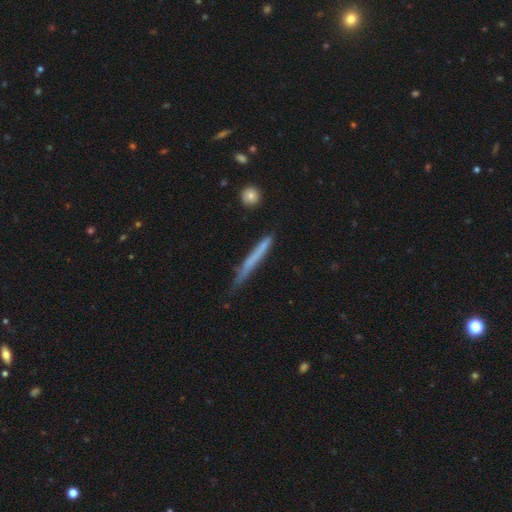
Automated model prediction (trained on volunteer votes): smooth 58%, featured or disk 35%, star or artifact 7%. Down the decision tree: how rounded — cigar-shaped (96%); merging — none (72%).